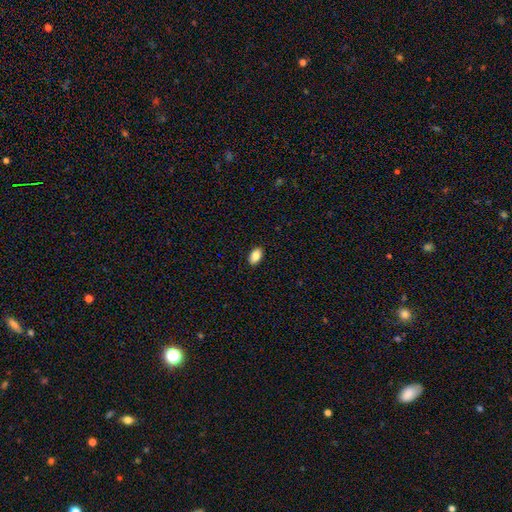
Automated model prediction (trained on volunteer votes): Q: Smooth or featured?
A: smooth (87%); runner-up: star or artifact (8%)
Q: How rounded?
A: in between (91%); runner-up: round (7%)
Q: Merging?
A: none (90%); runner-up: minor disturbance (7%)